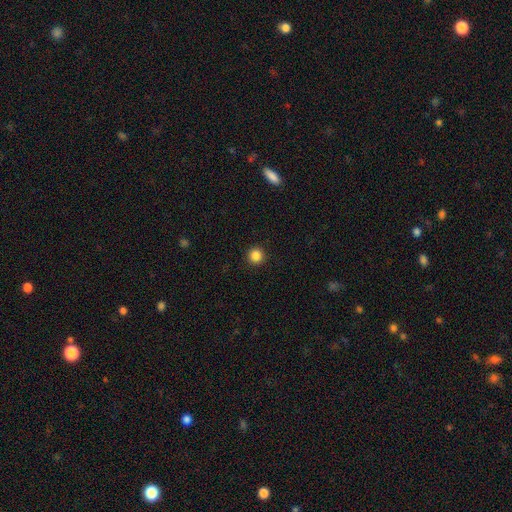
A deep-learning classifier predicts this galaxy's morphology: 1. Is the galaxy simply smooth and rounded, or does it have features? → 86% smooth, 11% star or artifact, 3% featured or disk.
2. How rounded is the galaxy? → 95% round, 4% in between, 1% cigar-shaped.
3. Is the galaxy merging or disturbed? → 93% none, 5% minor disturbance, 2% major disturbance, 1% merger.